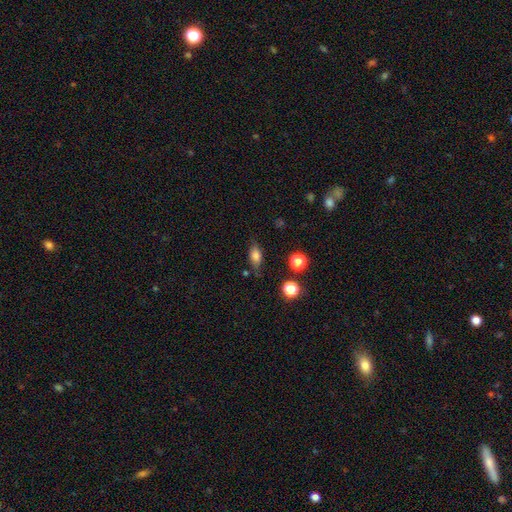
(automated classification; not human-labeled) A smooth galaxy with no disk features (76%) that is in between round and cigar-shaped (80%). Merging: none (73%).